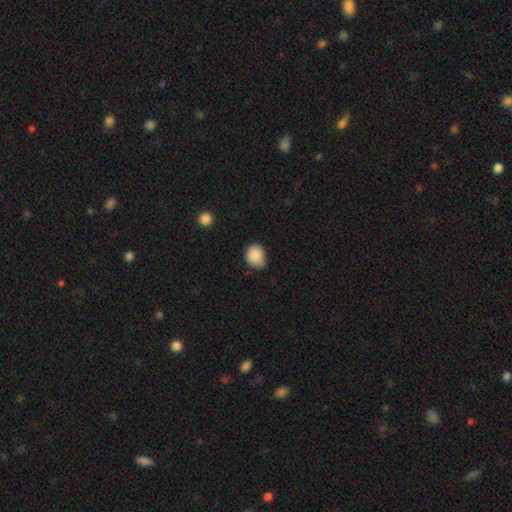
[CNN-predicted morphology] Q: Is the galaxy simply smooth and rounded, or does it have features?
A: smooth — 88%.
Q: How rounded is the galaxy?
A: round — 65%.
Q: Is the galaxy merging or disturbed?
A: none — 63%.